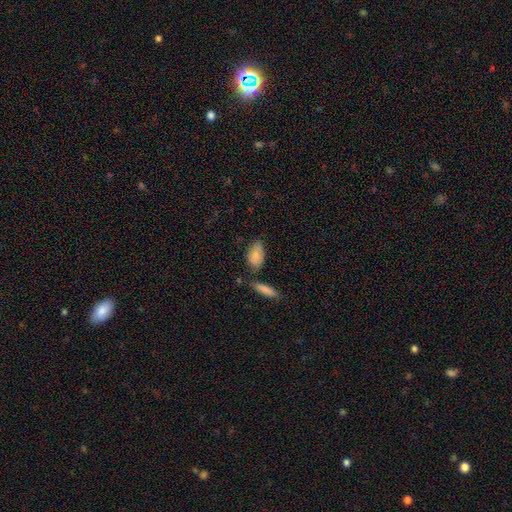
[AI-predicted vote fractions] Overall: smooth (82%). How rounded: in between (90%). Merging: none (63%).